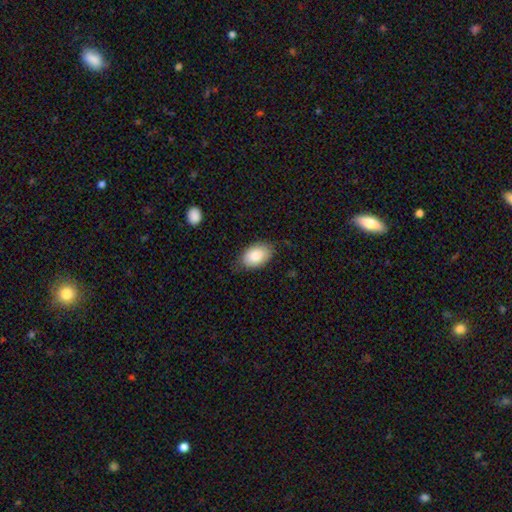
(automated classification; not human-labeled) Smooth or featured? smooth (84%)
How rounded? in between (90%)
Merging? none (77%)